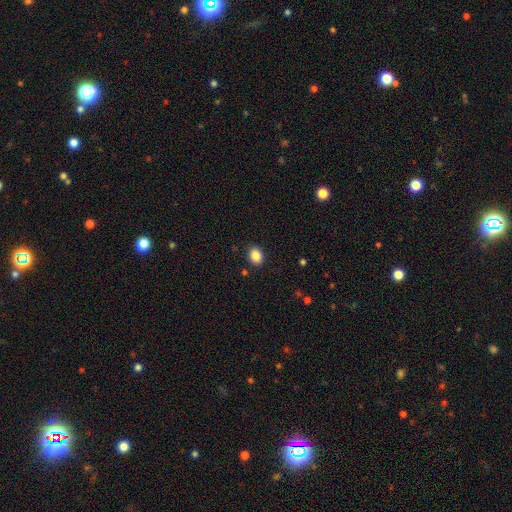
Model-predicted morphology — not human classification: smooth_or_featured: smooth (p=0.87) [alt: star or artifact p=0.09]
how_rounded: in between (p=0.57) [alt: round p=0.42]
merging: none (p=0.89) [alt: minor disturbance p=0.08]